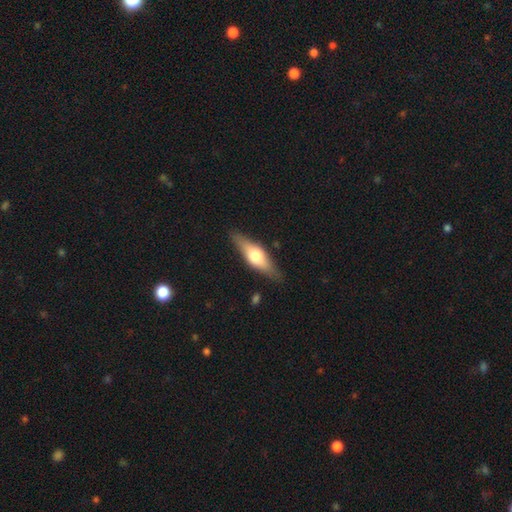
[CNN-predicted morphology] Smooth or featured? featured or disk (52%)
Edge-on disk? yes (91%)
Merging? none (84%)